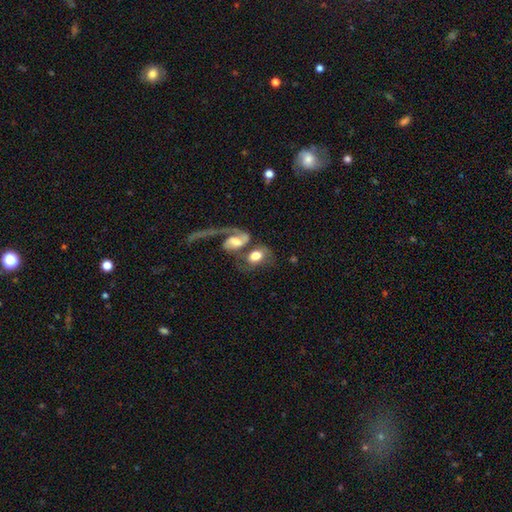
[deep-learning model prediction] Q: Smooth or featured?
A: smooth (52%); runner-up: featured or disk (40%)
Q: How rounded?
A: in between (71%); runner-up: round (27%)
Q: Merging?
A: merger (58%); runner-up: none (19%)